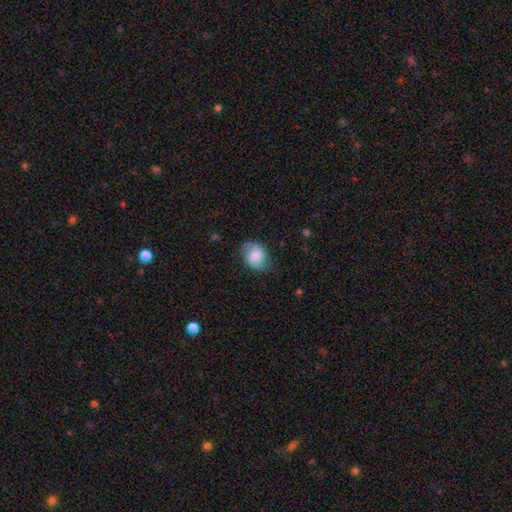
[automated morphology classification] Smooth or featured? smooth (50%)
Merging? none (73%)